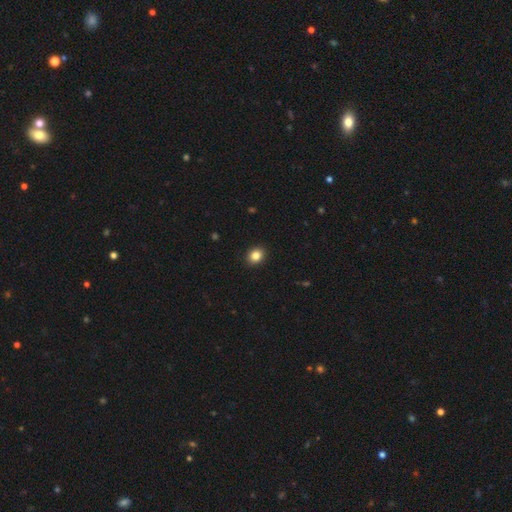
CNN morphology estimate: This appears to be a smooth galaxy with no disk features (84%) that is round (60%). Merging: none (92%).